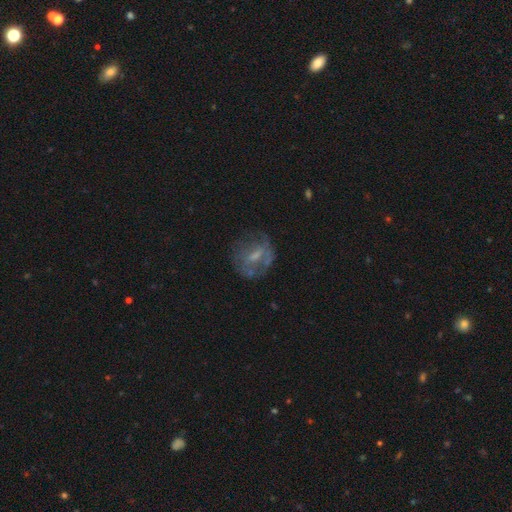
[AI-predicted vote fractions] The model was most divided on "bar": weak: 46%, no: 39%, strong: 15%. Remaining: edge-on disk — no (95%); spiral arms — no (57%); smooth or featured — featured or disk (56%); merging — none (55%); bulge size — small (41%).